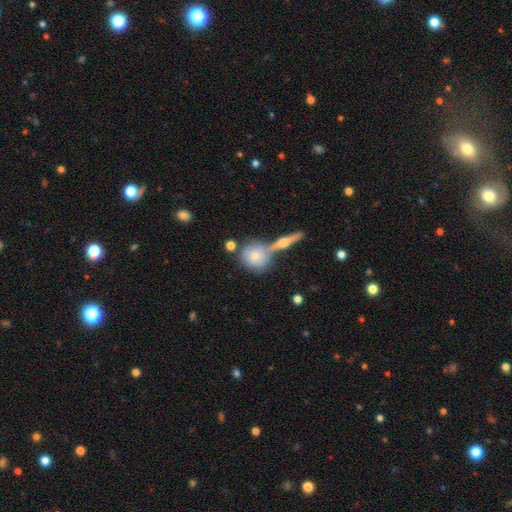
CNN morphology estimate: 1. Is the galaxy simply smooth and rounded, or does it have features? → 61% smooth, 30% featured or disk, 9% star or artifact.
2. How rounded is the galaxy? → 83% round, 14% in between, 3% cigar-shaped.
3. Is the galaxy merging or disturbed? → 55% none, 30% merger, 11% minor disturbance, 4% major disturbance.